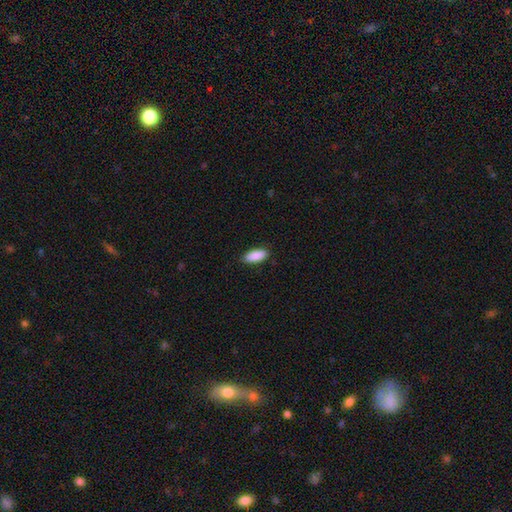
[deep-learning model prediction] smooth_or_featured: smooth (p=0.90) [alt: star or artifact p=0.06]
how_rounded: in between (p=0.82) [alt: cigar-shaped p=0.16]
merging: none (p=0.87) [alt: minor disturbance p=0.10]